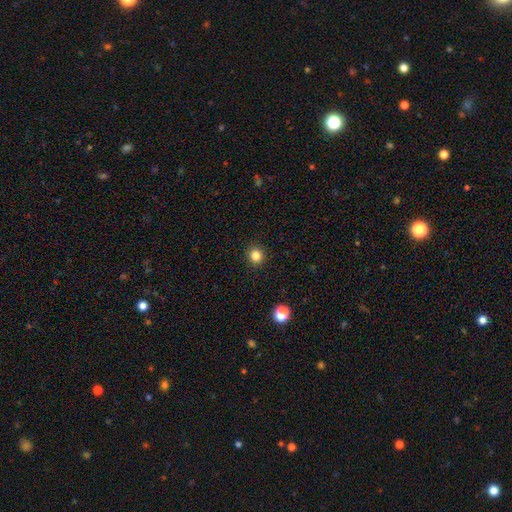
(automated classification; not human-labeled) This is clearly a smooth galaxy (83%). How rounded: clearly round (90%). Merging: clearly none (92%).